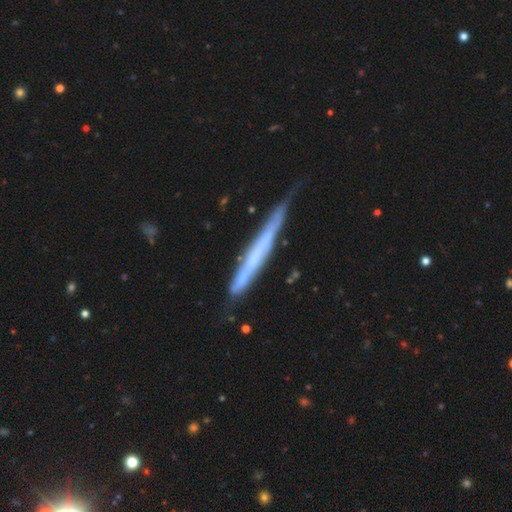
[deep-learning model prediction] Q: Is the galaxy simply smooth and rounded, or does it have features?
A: featured or disk — 56%.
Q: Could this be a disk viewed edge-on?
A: yes — 90%.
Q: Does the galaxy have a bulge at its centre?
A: none — 84%.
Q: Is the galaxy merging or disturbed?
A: none — 66%.